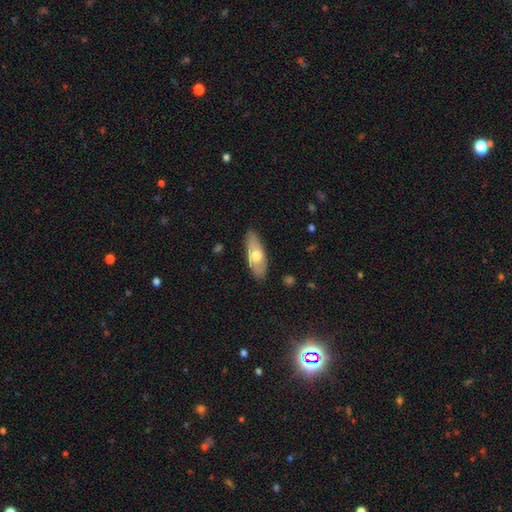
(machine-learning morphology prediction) smooth-or-featured: smooth: 58% | featured or disk: 37% | star or artifact: 5%
  how-rounded: in between: 78% | cigar-shaped: 19% | round: 3%
  merging: none: 84% | minor disturbance: 12% | major disturbance: 2% | merger: 1%